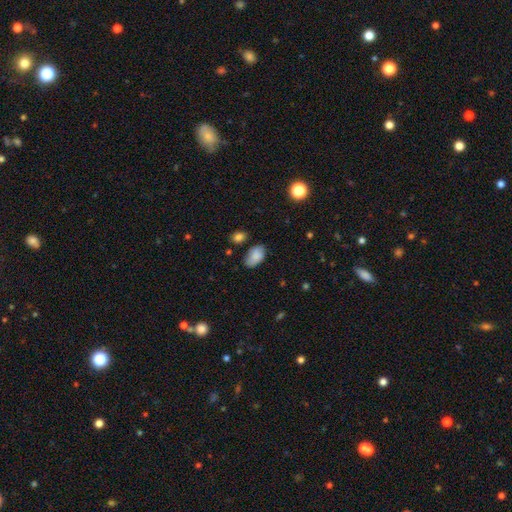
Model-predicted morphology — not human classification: Smooth or featured? smooth (84%)
How rounded? in between (92%)
Merging? none (65%)